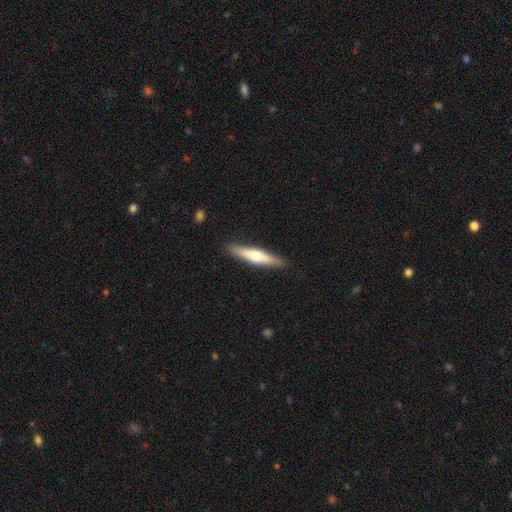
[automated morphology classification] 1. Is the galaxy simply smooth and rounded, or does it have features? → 49% smooth, 46% featured or disk, 5% star or artifact.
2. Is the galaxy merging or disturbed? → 90% none, 8% minor disturbance, 2% major disturbance, 1% merger.